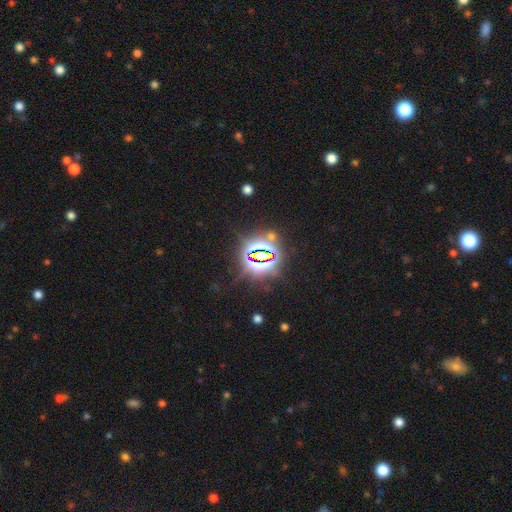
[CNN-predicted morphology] A star or artifact, not a galaxy (82%).